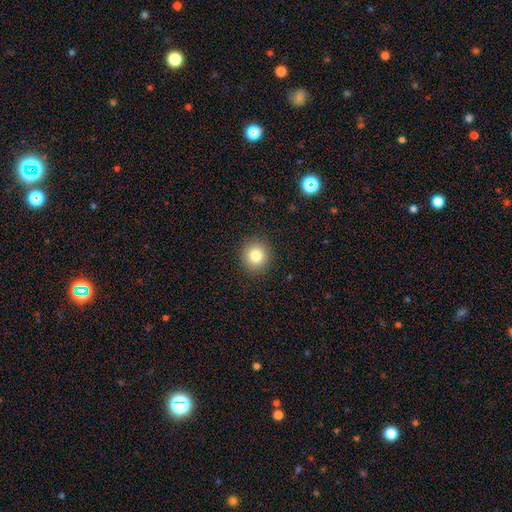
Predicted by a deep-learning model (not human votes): Smooth or featured: smooth — 82% (star or artifact — 11%)
How rounded: round — 88% (in between — 11%)
Merging: none — 91% (minor disturbance — 6%)